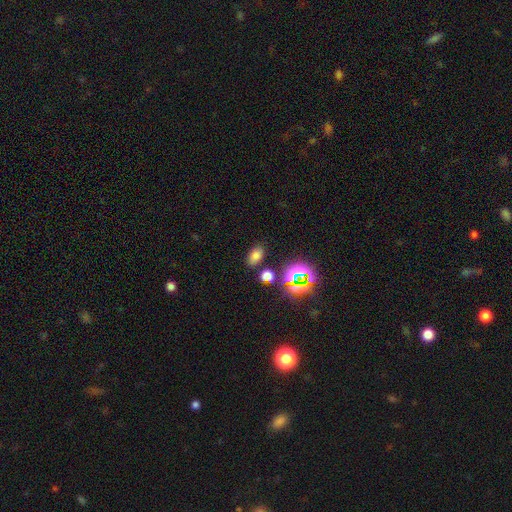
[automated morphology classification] type=smooth (67%); roundness=in between (86%); merging=none (82%).